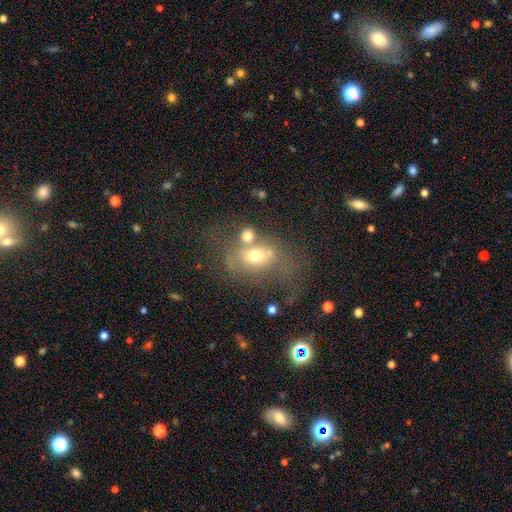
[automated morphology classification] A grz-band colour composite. It shows a smooth galaxy with no disk features (55%) that is in between round and cigar-shaped (63%). Merging: none (31%).